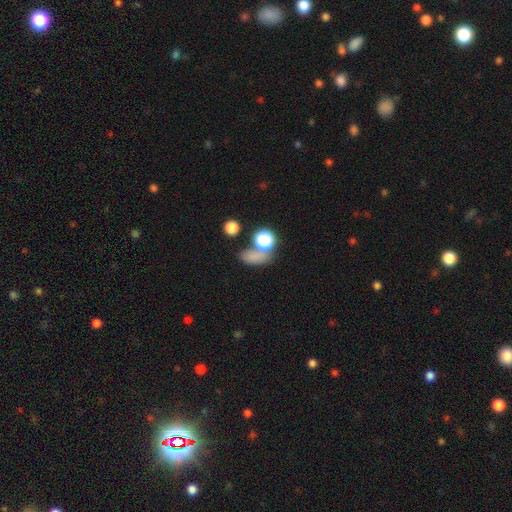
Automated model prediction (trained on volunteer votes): This appears to be a smooth galaxy with no disk features (69%) that is in between round and cigar-shaped (63%). Merging: none (52%).